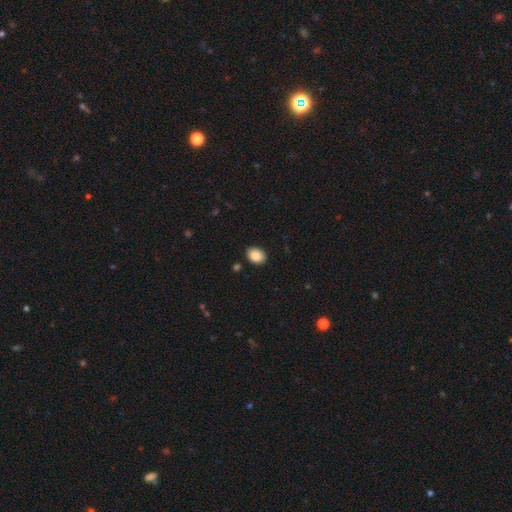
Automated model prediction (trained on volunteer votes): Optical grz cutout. It shows a smooth galaxy with no disk features (89%) that is in between round and cigar-shaped (68%). Merging: none (88%).